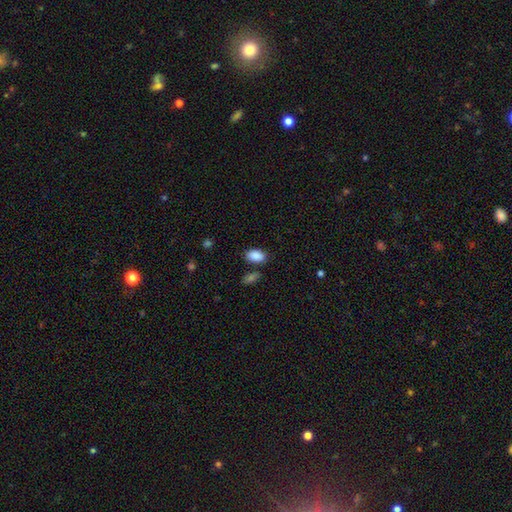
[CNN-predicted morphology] This is clearly a smooth galaxy (89%). How rounded: clearly in between (92%). Merging: likely none (77%).